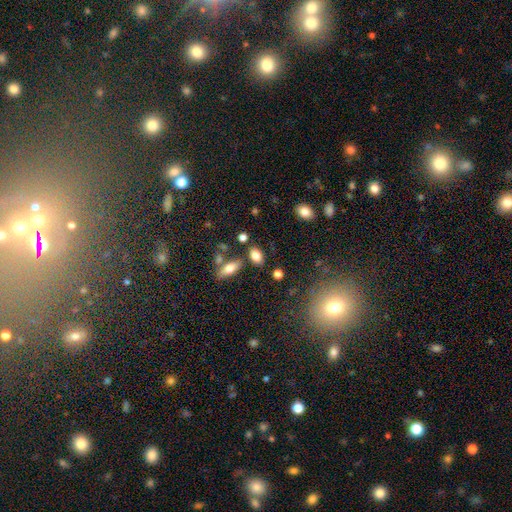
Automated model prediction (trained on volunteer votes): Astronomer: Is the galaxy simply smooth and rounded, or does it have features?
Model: smooth — 81%.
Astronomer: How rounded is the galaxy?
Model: in between — 85%.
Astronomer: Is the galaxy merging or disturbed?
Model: none — 73%.